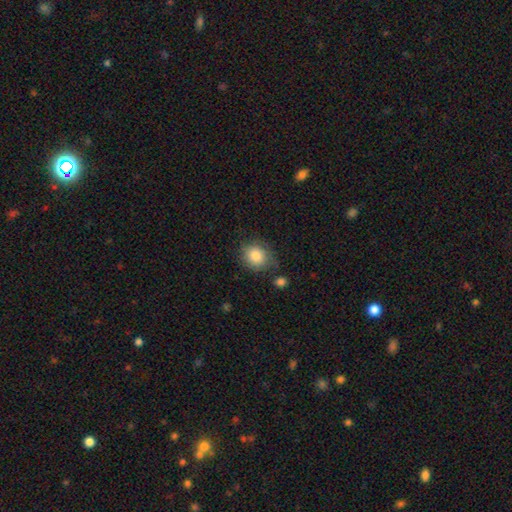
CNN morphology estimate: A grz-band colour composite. It shows a smooth galaxy with no disk features (83%) that is round (74%). Merging: none (71%).